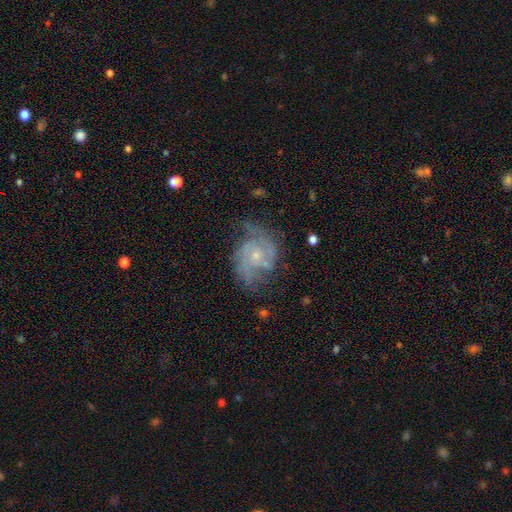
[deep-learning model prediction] This appears to be a featured or disk galaxy (85%) with no bar (65%), 2 (67%) medium (48%) spiral arms (95%) and a small central bulge (67%). Merging: none (60%).